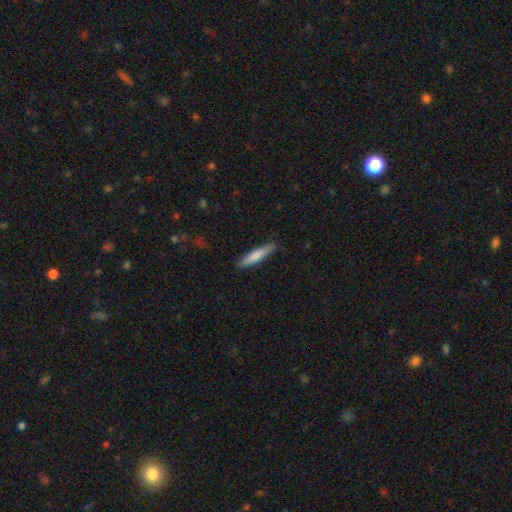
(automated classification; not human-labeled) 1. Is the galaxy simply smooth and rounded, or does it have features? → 75% smooth, 20% featured or disk, 5% star or artifact.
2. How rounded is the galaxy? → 89% cigar-shaped, 9% in between, 1% round.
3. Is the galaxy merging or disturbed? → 87% none, 10% minor disturbance, 2% major disturbance, 1% merger.